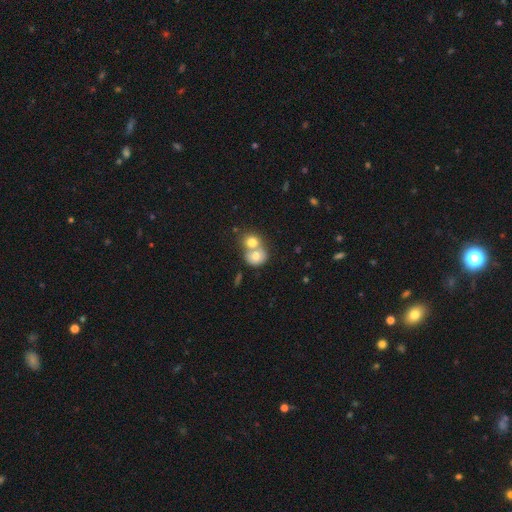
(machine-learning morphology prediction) Q: Smooth or featured?
A: smooth (74%); runner-up: featured or disk (17%)
Q: How rounded?
A: round (70%); runner-up: in between (29%)
Q: Merging?
A: merger (66%); runner-up: none (25%)